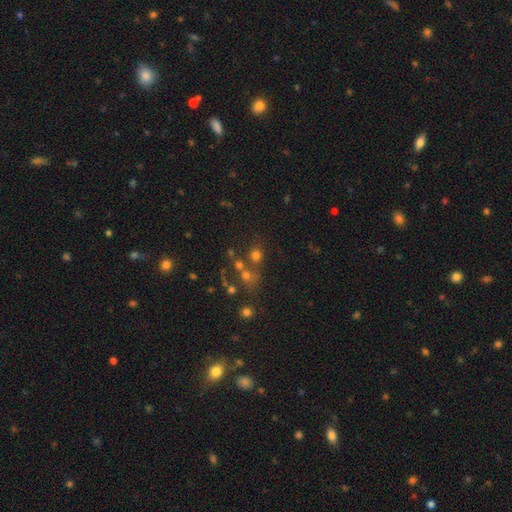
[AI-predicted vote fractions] This appears to be a smooth galaxy with no disk features (57%) that is round (84%). Merging: none (53%).